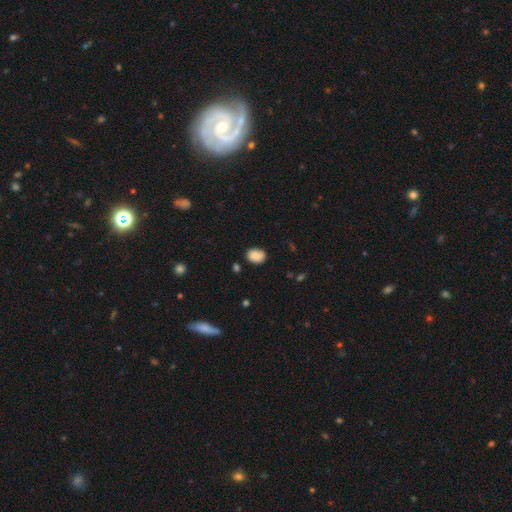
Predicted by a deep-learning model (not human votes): The model was most divided on "how rounded": in between: 68%, round: 31%, cigar-shaped: 1%. More confident: smooth or featured — smooth (87%); merging — none (79%).